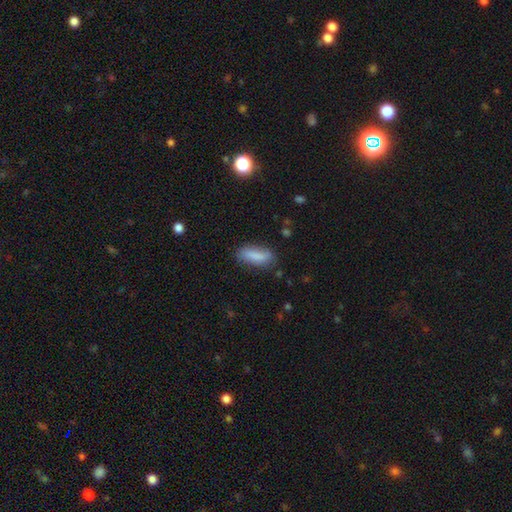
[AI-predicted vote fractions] Smooth or featured?
  - smooth: 84% *
  - featured or disk: 9%
  - star or artifact: 7%
How rounded?
  - in between: 68% *
  - cigar-shaped: 30%
  - round: 2%
Merging?
  - none: 74% *
  - minor disturbance: 19%
  - major disturbance: 5%
  - merger: 2%